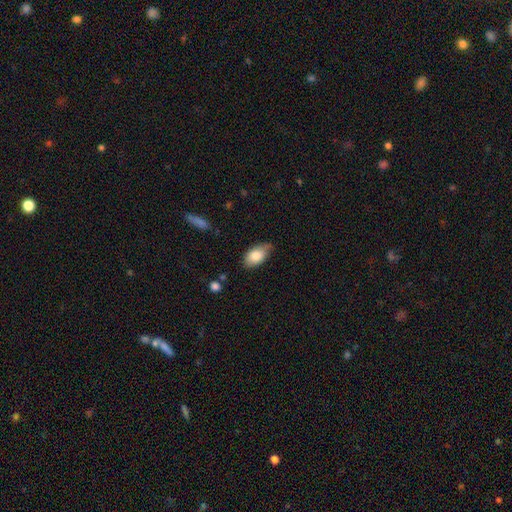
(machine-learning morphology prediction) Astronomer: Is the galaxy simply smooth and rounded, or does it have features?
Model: smooth — 81%.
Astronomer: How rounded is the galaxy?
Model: in between — 92%.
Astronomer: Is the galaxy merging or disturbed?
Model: none — 63%.